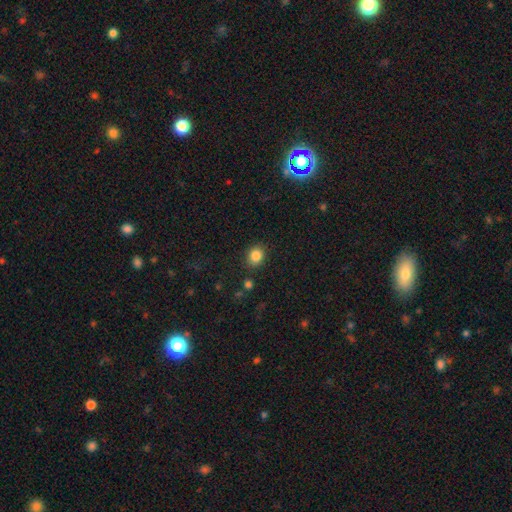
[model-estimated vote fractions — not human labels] Morphology: type=smooth (85%); roundness=round (61%); merging=none (86%).